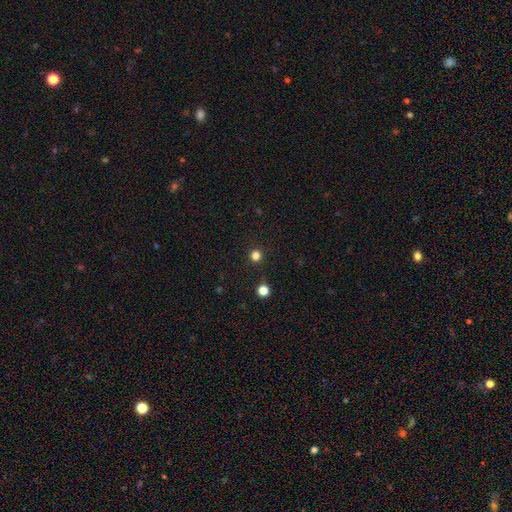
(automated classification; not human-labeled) smooth 80%, star or artifact 17%, featured or disk 4%. Down the decision tree: how rounded — round (95%); merging — none (92%).